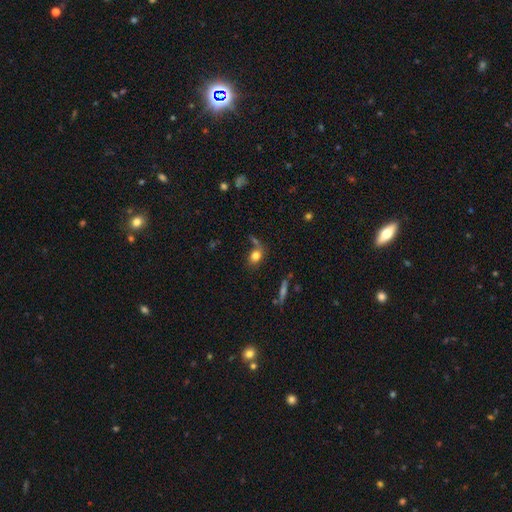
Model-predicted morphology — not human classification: Smooth or featured: smooth — 79% (star or artifact — 11%)
How rounded: in between — 58% (round — 39%)
Merging: none — 61% (minor disturbance — 16%)